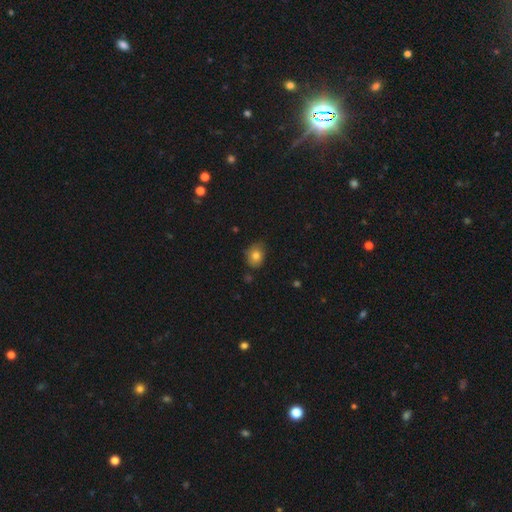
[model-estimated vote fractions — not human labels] Morphology: type=smooth (80%); roundness=round (53%); merging=none (69%).